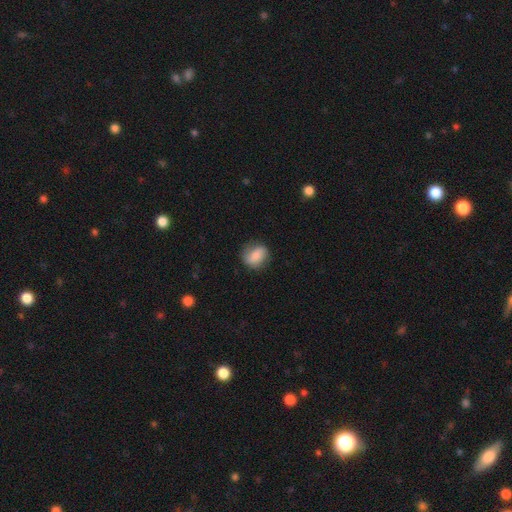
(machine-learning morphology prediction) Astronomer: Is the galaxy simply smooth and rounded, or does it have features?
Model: smooth — 72%.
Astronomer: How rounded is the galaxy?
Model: round — 59% (runner-up: in between, 39%).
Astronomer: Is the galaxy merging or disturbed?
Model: none — 76%.